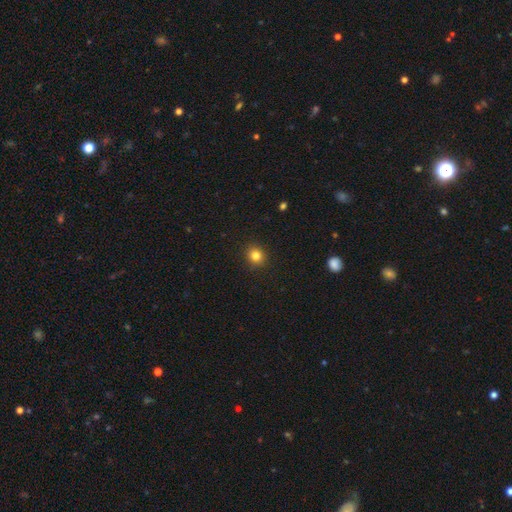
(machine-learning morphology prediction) Smooth or featured?
  - smooth: 82% *
  - star or artifact: 12%
  - featured or disk: 6%
How rounded?
  - round: 86% *
  - in between: 13%
  - cigar-shaped: 1%
Merging?
  - none: 92% *
  - minor disturbance: 6%
  - major disturbance: 2%
  - merger: 1%